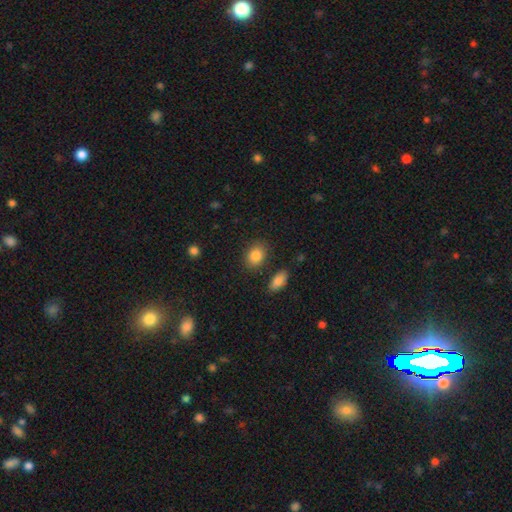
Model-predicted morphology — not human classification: Smooth or featured?
  - smooth: 86% *
  - star or artifact: 8%
  - featured or disk: 6%
How rounded?
  - in between: 69% *
  - round: 30%
  - cigar-shaped: 1%
Merging?
  - none: 83% *
  - minor disturbance: 10%
  - merger: 4%
  - major disturbance: 3%